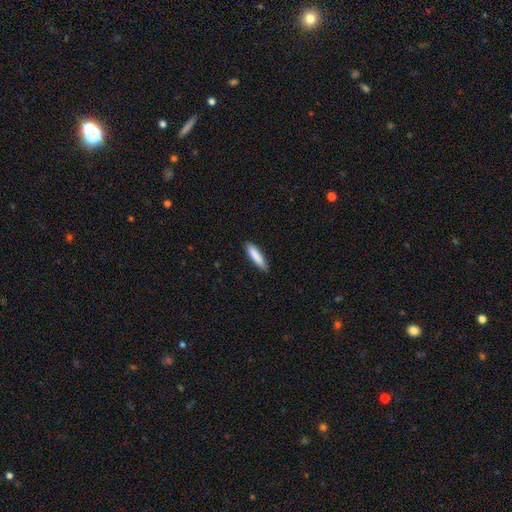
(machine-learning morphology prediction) A smooth galaxy with no disk features (86%) that is cigar-shaped (78%).

Vote fractions:
- Smooth or featured? smooth: 86% / featured or disk: 8% / star or artifact: 6%
- How rounded? cigar-shaped: 78% / in between: 21% / round: 1%
- Merging? none: 86% / minor disturbance: 11% / major disturbance: 2% / merger: 1%